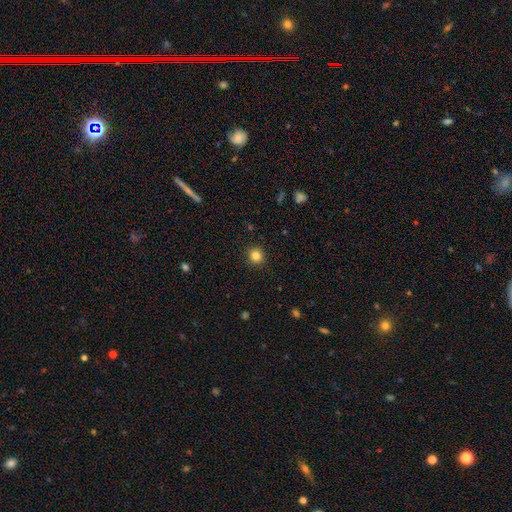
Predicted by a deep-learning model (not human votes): A smooth galaxy with no disk features (83%) that is round (88%).

Vote fractions:
- Smooth or featured? smooth: 83% / star or artifact: 12% / featured or disk: 5%
- How rounded? round: 88% / in between: 11% / cigar-shaped: 1%
- Merging? none: 91% / minor disturbance: 6% / major disturbance: 2% / merger: 1%